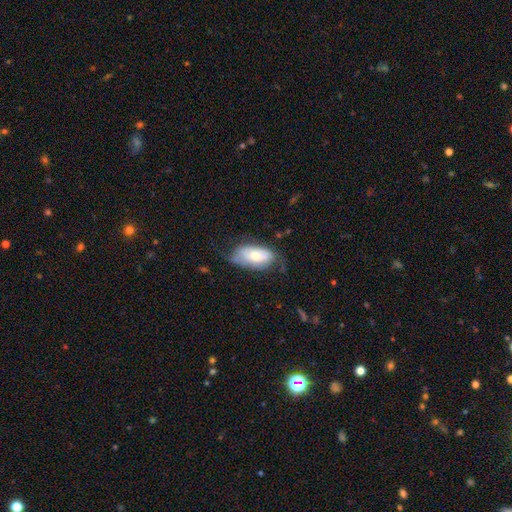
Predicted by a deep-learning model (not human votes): This appears to be a smooth galaxy with no disk features (61%) that is in between round and cigar-shaped (92%). Merging: none (48%).